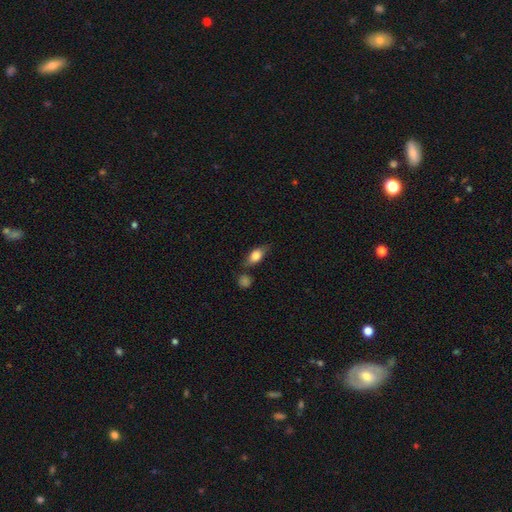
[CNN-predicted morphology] Smooth or featured? smooth (73%)
How rounded? in between (77%)
Merging? none (68%)